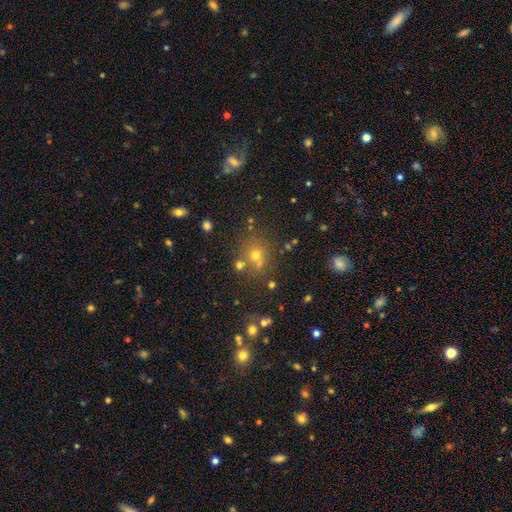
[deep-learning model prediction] The model was most divided on "smooth or featured": smooth: 59%, star or artifact: 29%, featured or disk: 12%. More confident: how rounded — round (80%); merging — none (68%).